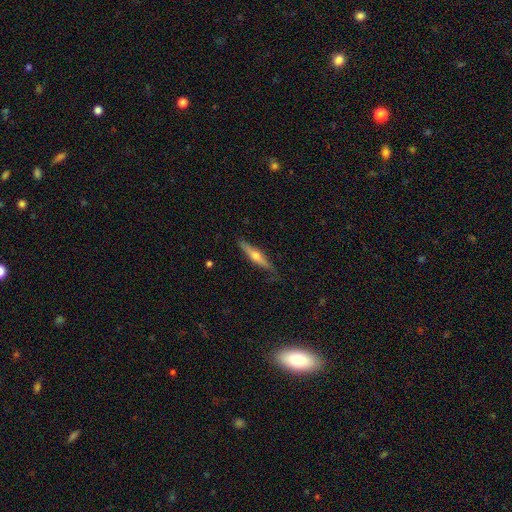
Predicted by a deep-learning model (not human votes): Smooth or featured: featured or disk — 56% (smooth — 38%)
Edge-on disk: yes — 94% (no — 6%)
Edge-on bulge: rounded — 90% (none — 6%)
Merging: none — 79% (minor disturbance — 16%)